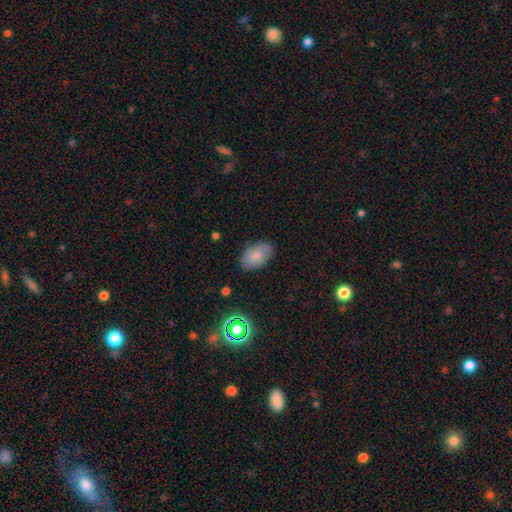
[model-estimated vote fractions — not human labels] This appears to be a smooth galaxy with no disk features (82%) that is in between round and cigar-shaped (91%). Merging: none (80%).